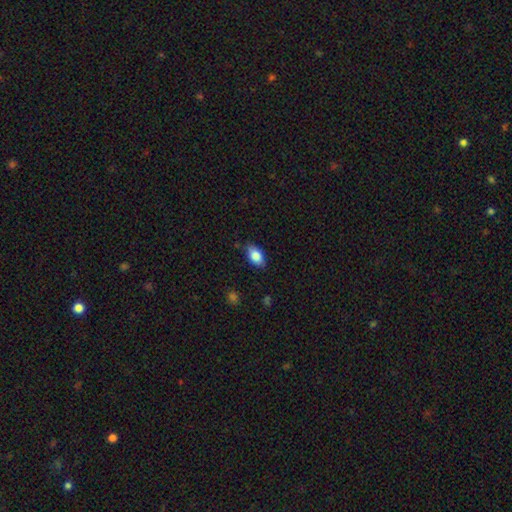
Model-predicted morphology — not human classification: smooth 83%, featured or disk 10%, star or artifact 7%. Down the decision tree: how rounded — in between (91%); merging — none (81%).